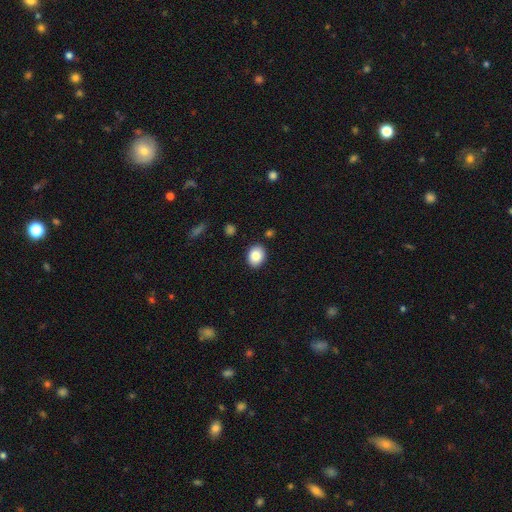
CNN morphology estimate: This appears to be a smooth galaxy with no disk features (87%) that is in between round and cigar-shaped (60%). Merging: none (86%).